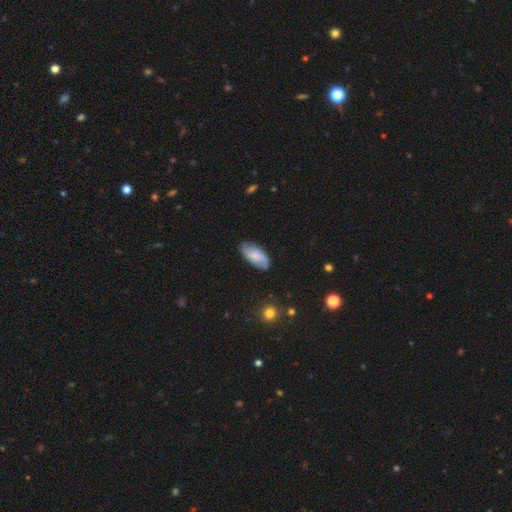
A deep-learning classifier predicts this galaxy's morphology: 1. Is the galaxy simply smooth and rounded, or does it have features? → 54% smooth, 39% featured or disk, 7% star or artifact.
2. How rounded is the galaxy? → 91% in between, 6% cigar-shaped, 3% round.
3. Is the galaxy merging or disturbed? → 79% none, 16% minor disturbance, 4% major disturbance, 1% merger.